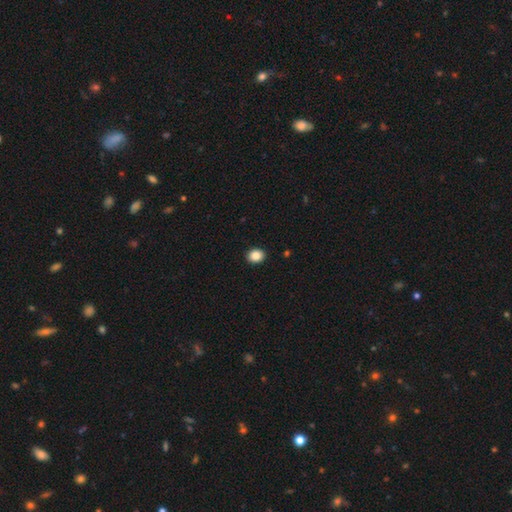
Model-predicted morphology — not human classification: Smooth or featured? smooth (87%)
How rounded? round (59%)
Merging? none (92%)